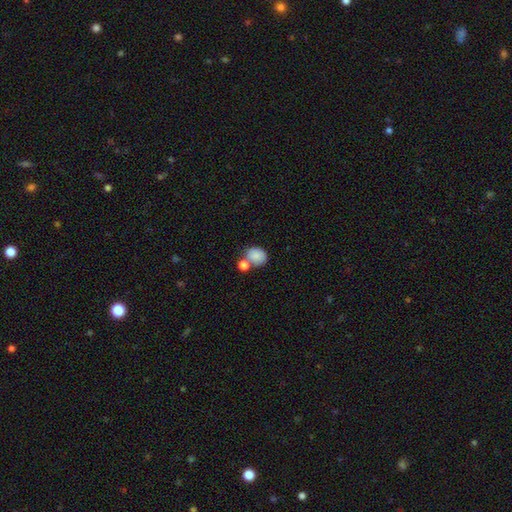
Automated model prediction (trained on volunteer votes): smooth_or_featured: smooth (p=0.83) [alt: featured or disk p=0.08]
how_rounded: round (p=0.60) [alt: in between p=0.39]
merging: none (p=0.47) [alt: merger p=0.34]